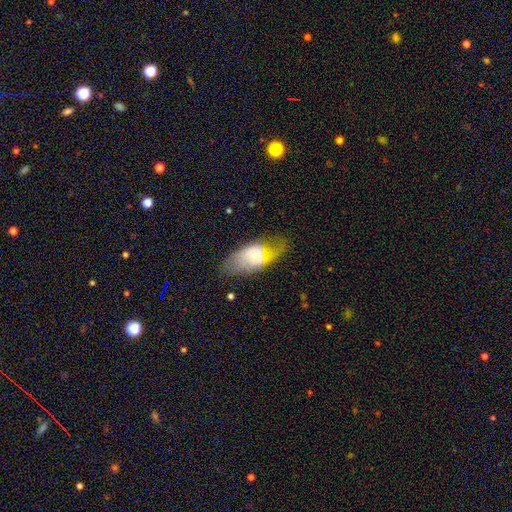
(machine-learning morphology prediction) featured or disk 47%, smooth 45%, star or artifact 9%. Down the decision tree: merging — none (55%).